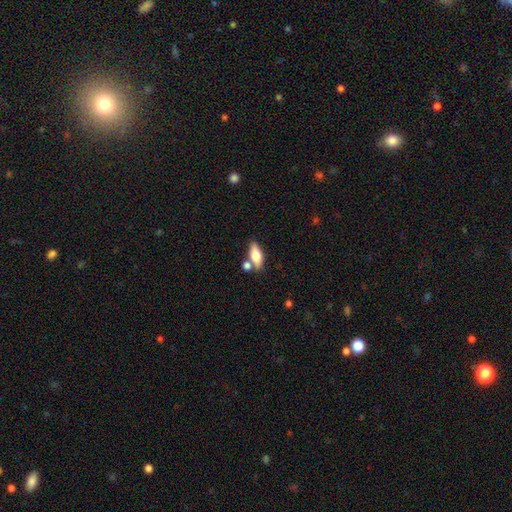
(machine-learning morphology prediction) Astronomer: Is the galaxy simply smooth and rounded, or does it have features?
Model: smooth — 66%.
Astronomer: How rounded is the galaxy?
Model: in between — 70%.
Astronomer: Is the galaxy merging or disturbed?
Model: none — 68%.